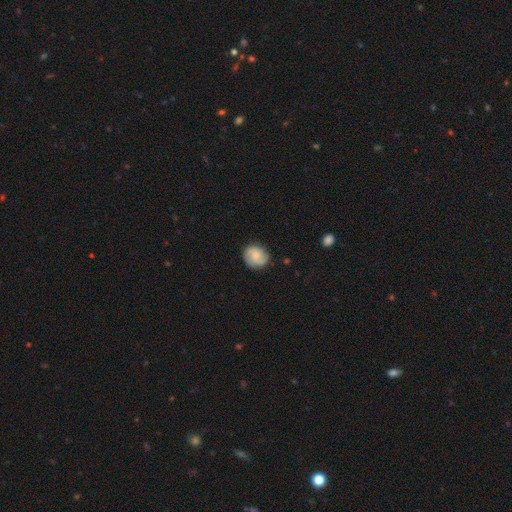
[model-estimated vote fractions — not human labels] Smooth or featured?
  - smooth: 47% *
  - featured or disk: 45%
  - star or artifact: 8%
Merging?
  - none: 82% *
  - minor disturbance: 13%
  - major disturbance: 3%
  - merger: 1%